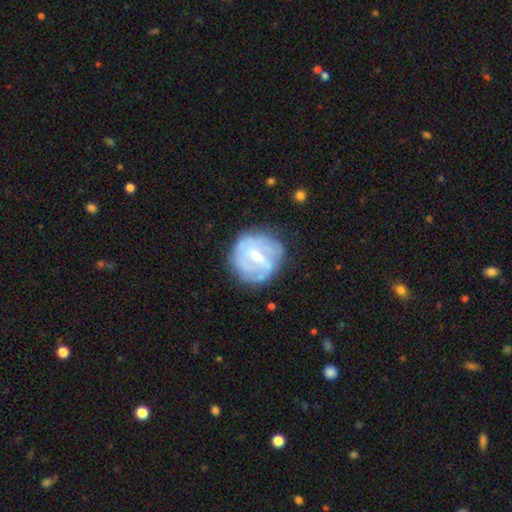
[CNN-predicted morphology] type=featured or disk (60%); edge-on=no (97%); bar=weak (51%); spiral arms=yes (50%, tied with no); bulge=small (43%); merging=none (67%).